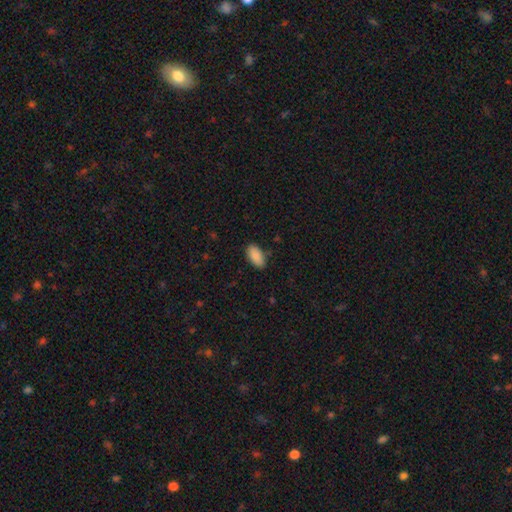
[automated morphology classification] Overall: smooth (89%). How rounded: in between (94%). Merging: none (84%).